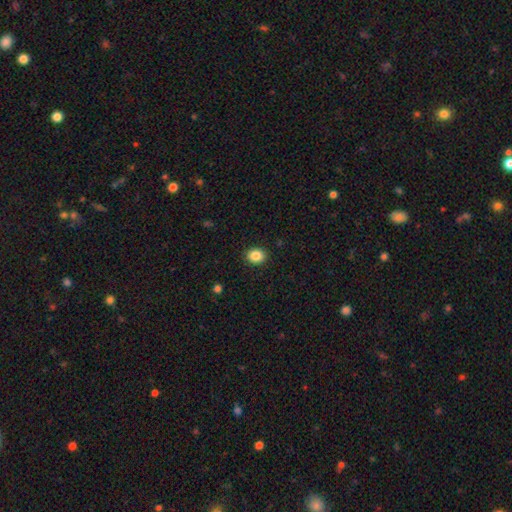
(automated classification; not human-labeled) Smooth or featured? smooth (87%)
How rounded? round (52%)
Merging? none (90%)